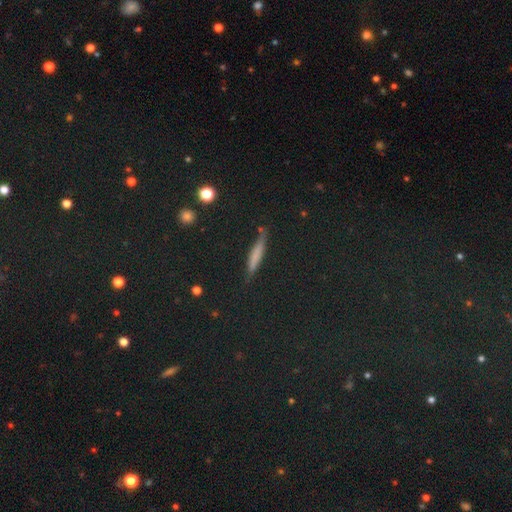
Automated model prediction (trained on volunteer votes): Smooth or featured? smooth (61%)
How rounded? cigar-shaped (86%)
Merging? none (75%)